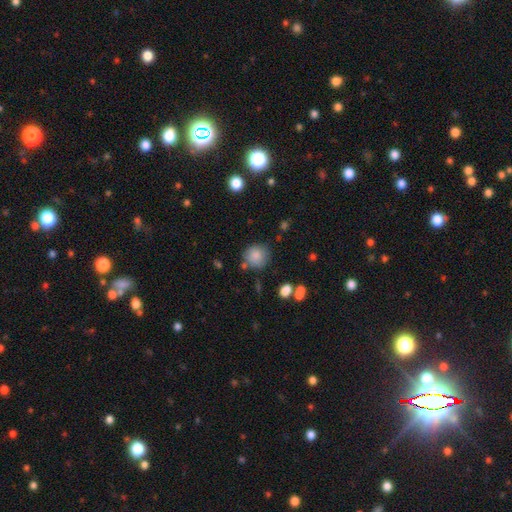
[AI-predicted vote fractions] Smooth or featured? Predicted: smooth (p=0.84). How rounded? Predicted: round (p=0.89). Merging? Predicted: none (p=0.74).